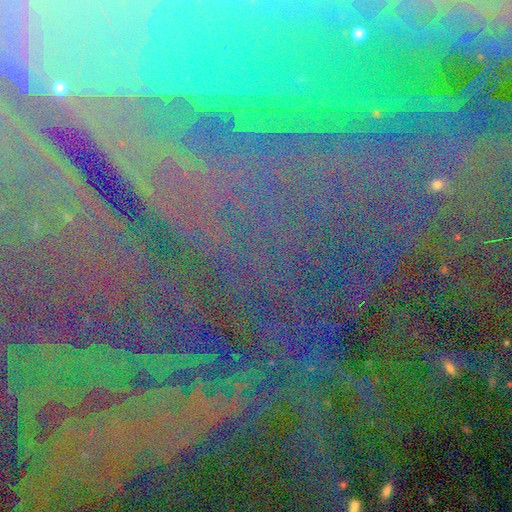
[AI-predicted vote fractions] This is clearly a star or artifact rather than a galaxy (84%).